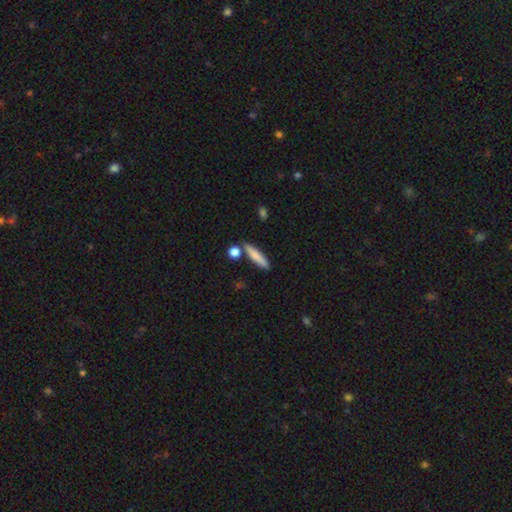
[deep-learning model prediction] Smooth or featured? Predicted: smooth (p=0.80). How rounded? Predicted: cigar-shaped (p=0.81). Merging? Predicted: none (p=0.78).